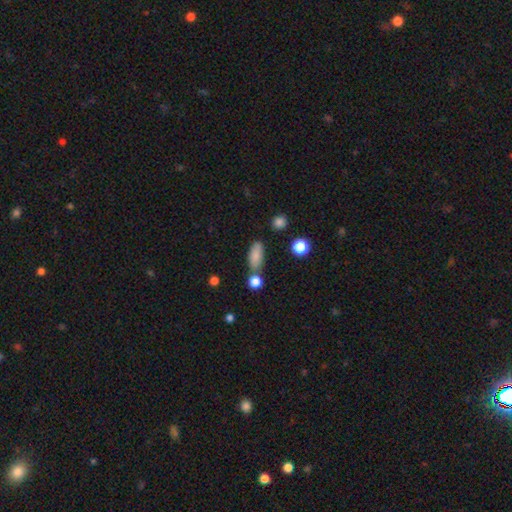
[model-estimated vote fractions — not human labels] Overall: smooth (84%). How rounded: in between (75%). Merging: none (67%).